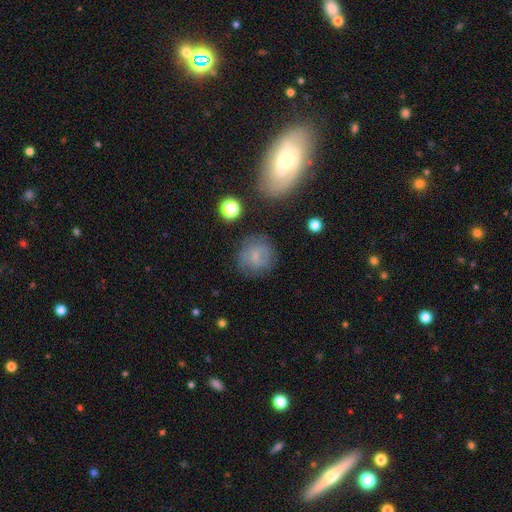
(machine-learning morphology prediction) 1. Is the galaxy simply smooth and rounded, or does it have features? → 62% smooth, 26% featured or disk, 12% star or artifact.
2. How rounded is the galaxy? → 83% round, 16% in between, 1% cigar-shaped.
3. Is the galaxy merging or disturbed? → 73% none, 16% minor disturbance, 8% major disturbance, 3% merger.